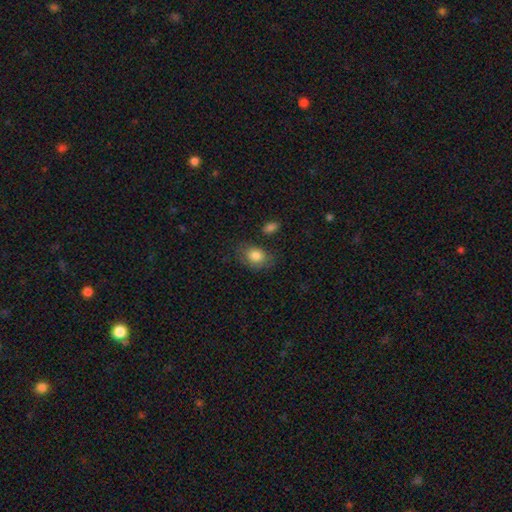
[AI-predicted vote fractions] Smooth or featured: smooth — 83% (featured or disk — 9%)
How rounded: in between — 69% (round — 30%)
Merging: none — 70% (minor disturbance — 20%)